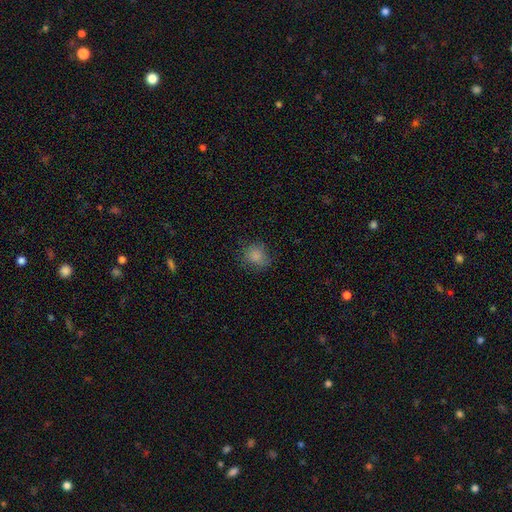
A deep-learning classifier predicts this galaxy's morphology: This appears to be a smooth galaxy with no disk features (84%) that is round (71%). Merging: none (76%).